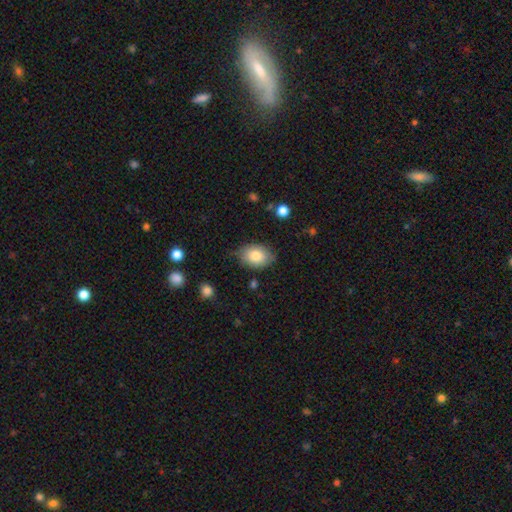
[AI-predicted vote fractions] smooth-or-featured: smooth: 81% | featured or disk: 11% | star or artifact: 7%
  how-rounded: in between: 81% | round: 18% | cigar-shaped: 1%
  merging: none: 75% | minor disturbance: 20% | major disturbance: 4% | merger: 2%